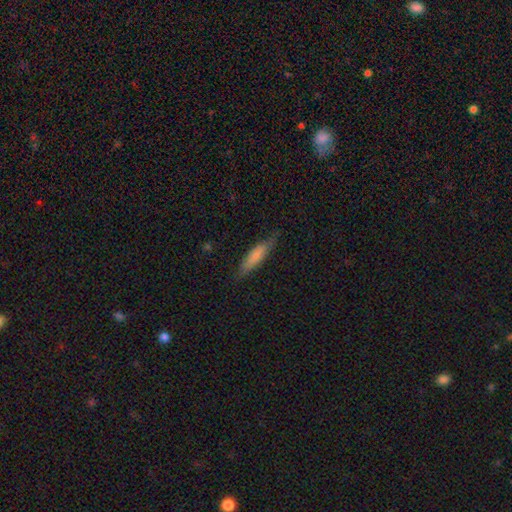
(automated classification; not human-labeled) Morphology: type=smooth (72%); roundness=cigar-shaped (79%); merging=none (79%).